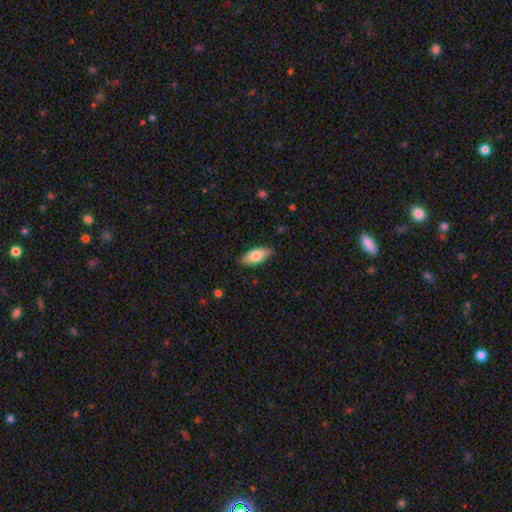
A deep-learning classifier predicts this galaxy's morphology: Q: Smooth or featured?
A: smooth (80%); runner-up: featured or disk (14%)
Q: How rounded?
A: in between (88%); runner-up: cigar-shaped (9%)
Q: Merging?
A: none (85%); runner-up: minor disturbance (12%)